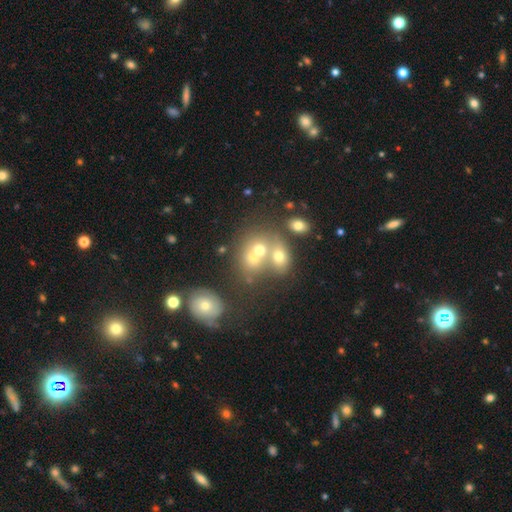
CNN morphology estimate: This appears to be a smooth galaxy with no disk features (47%). Merging: merger (57%).